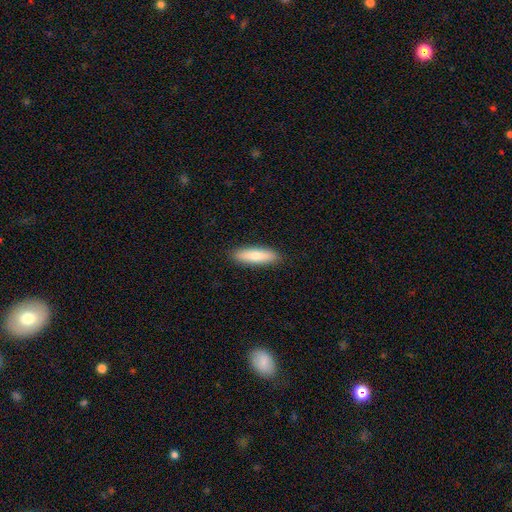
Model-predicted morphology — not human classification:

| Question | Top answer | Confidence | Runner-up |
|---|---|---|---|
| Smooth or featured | smooth | 75% | featured or disk (19%) |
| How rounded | cigar-shaped | 65% | in between (33%) |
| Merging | none | 90% | minor disturbance (7%) |